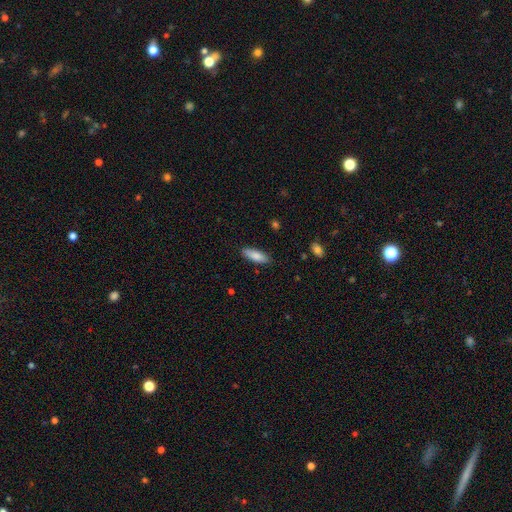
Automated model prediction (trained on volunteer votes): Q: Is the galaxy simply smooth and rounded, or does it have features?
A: smooth — 83%.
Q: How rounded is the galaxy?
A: in between — 57%.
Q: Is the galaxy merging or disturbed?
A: none — 87%.